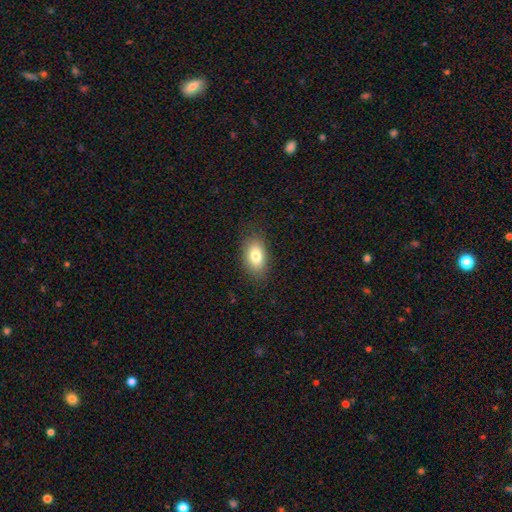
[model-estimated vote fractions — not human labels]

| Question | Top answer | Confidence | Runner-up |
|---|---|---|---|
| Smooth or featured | smooth | 80% | featured or disk (12%) |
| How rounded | in between | 90% | round (7%) |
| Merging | none | 84% | minor disturbance (11%) |